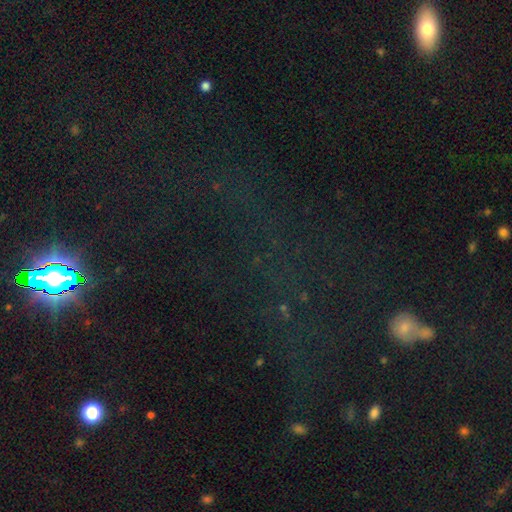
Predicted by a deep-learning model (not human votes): Smooth or featured?
  - star or artifact: 74% *
  - smooth: 16%
  - featured or disk: 11%